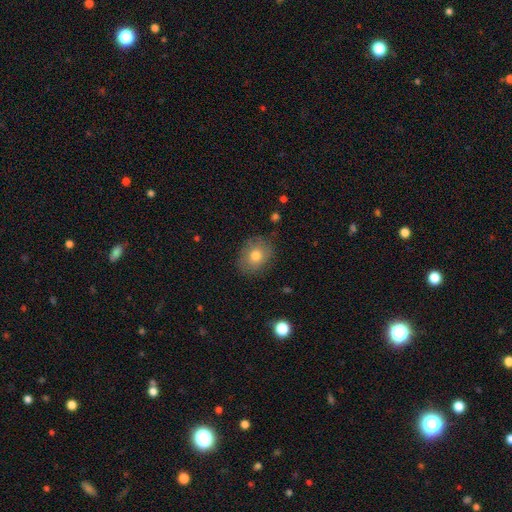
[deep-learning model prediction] Smooth or featured?
  - smooth: 76% *
  - featured or disk: 15%
  - star or artifact: 9%
How rounded?
  - in between: 51% *
  - round: 48%
  - cigar-shaped: 1%
Merging?
  - none: 80% *
  - minor disturbance: 14%
  - major disturbance: 4%
  - merger: 1%